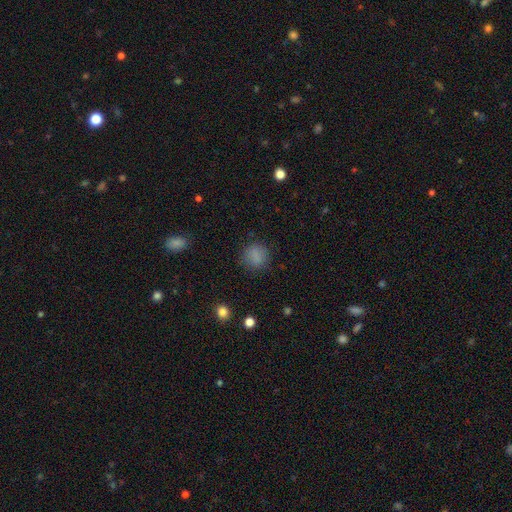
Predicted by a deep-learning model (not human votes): smooth 83%, star or artifact 12%, featured or disk 5%. Down the decision tree: how rounded — round (85%); merging — none (84%).